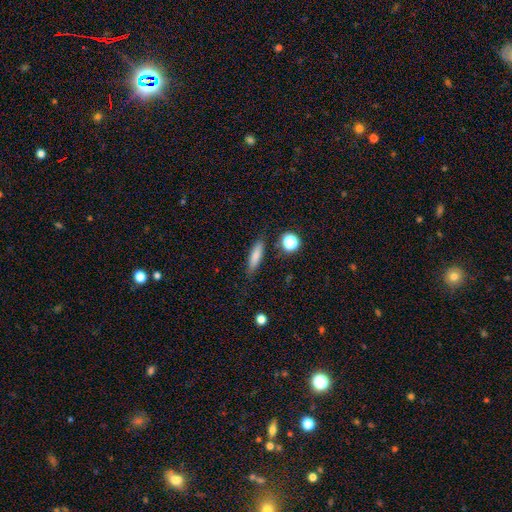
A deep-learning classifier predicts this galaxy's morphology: smooth_or_featured: smooth (p=0.79) [alt: featured or disk p=0.12]
how_rounded: cigar-shaped (p=0.72) [alt: in between p=0.24]
merging: none (p=0.83) [alt: minor disturbance p=0.11]